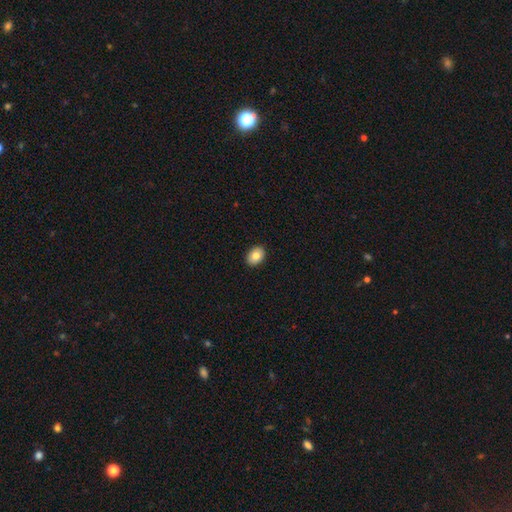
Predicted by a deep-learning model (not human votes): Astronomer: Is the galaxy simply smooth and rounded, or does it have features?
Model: smooth — 81%.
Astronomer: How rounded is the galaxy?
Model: in between — 71%.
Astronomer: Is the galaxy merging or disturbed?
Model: none — 91%.